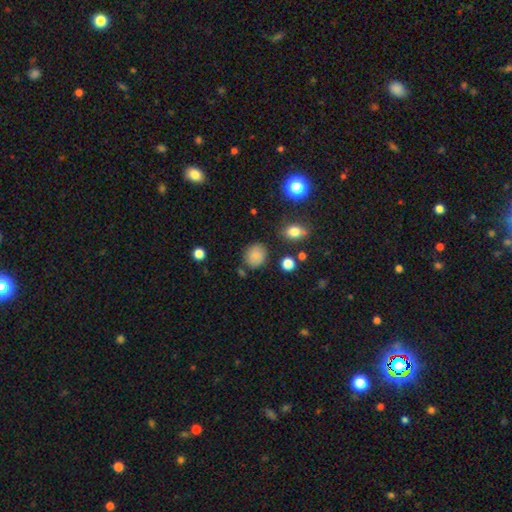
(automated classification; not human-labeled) A smooth galaxy with no disk features (82%) that is round (73%). Merging: none (78%).